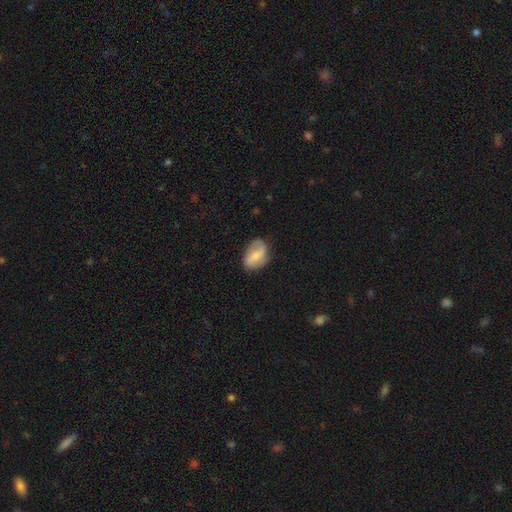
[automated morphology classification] Smooth or featured: smooth — 47% (featured or disk — 46%)
Merging: none — 70% (minor disturbance — 22%)